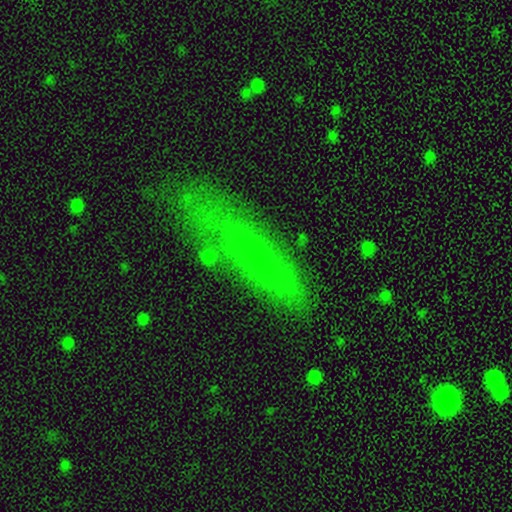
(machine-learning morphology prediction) A smooth galaxy with no disk features (64%) that is cigar-shaped (80%).

Vote fractions:
- Smooth or featured? smooth: 64% / featured or disk: 25% / star or artifact: 11%
- How rounded? cigar-shaped: 80% / in between: 18% / round: 2%
- Merging? none: 72% / minor disturbance: 18% / major disturbance: 7% / merger: 3%